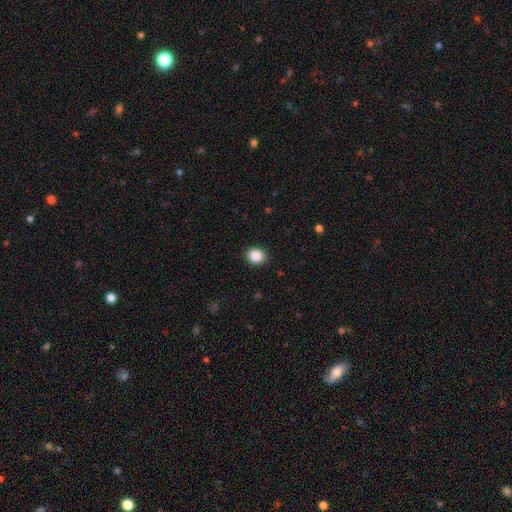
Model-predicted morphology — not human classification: smooth 86%, star or artifact 10%, featured or disk 4%. Down the decision tree: how rounded — round (67%); merging — none (91%).